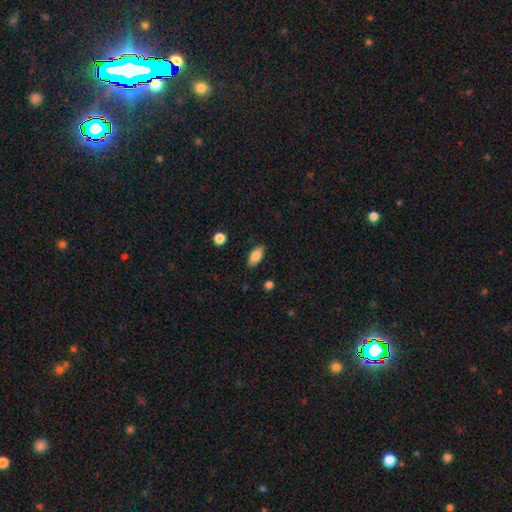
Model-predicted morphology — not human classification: smooth_or_featured: smooth (p=0.83) [alt: featured or disk p=0.09]
how_rounded: in between (p=0.88) [alt: cigar-shaped p=0.08]
merging: none (p=0.85) [alt: minor disturbance p=0.11]